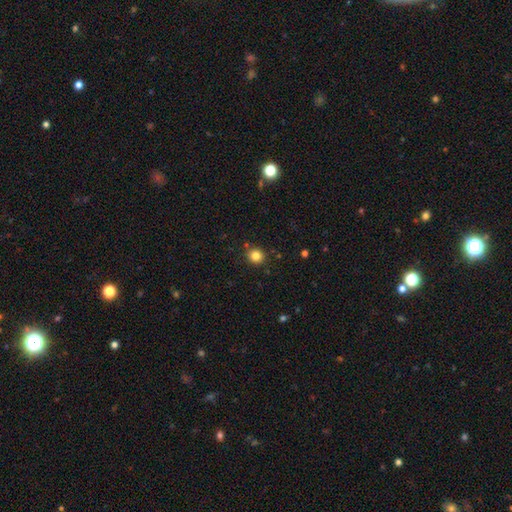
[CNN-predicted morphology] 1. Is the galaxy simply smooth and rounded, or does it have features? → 82% smooth, 13% star or artifact, 5% featured or disk.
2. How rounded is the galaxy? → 90% round, 9% in between, 1% cigar-shaped.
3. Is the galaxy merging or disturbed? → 87% none, 7% minor disturbance, 4% merger, 2% major disturbance.